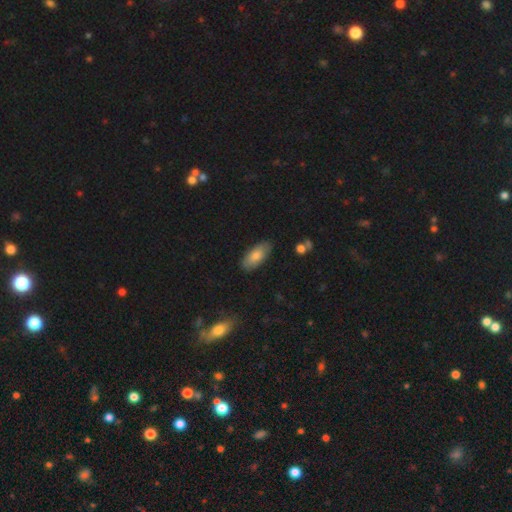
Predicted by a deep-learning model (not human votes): Smooth or featured?
  - smooth: 80% *
  - featured or disk: 14%
  - star or artifact: 6%
How rounded?
  - in between: 87% *
  - cigar-shaped: 11%
  - round: 2%
Merging?
  - none: 83% *
  - minor disturbance: 13%
  - major disturbance: 3%
  - merger: 2%